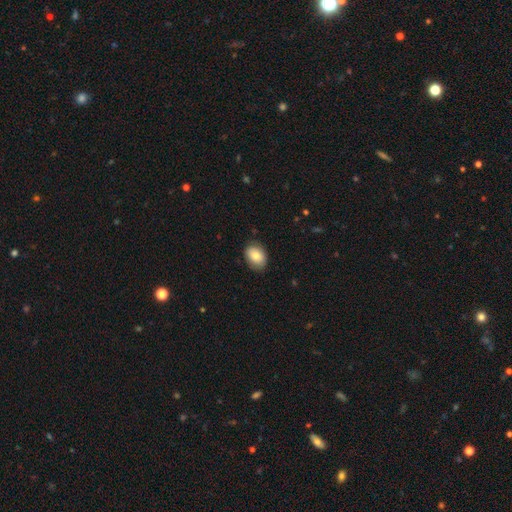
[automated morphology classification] Smooth or featured? smooth (80%)
How rounded? in between (72%)
Merging? none (82%)